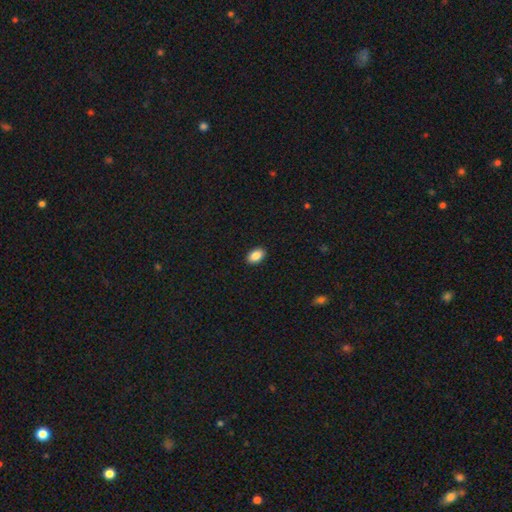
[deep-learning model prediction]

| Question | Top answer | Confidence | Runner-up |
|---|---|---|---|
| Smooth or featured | smooth | 89% | star or artifact (8%) |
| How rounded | in between | 90% | round (9%) |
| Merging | none | 91% | minor disturbance (6%) |